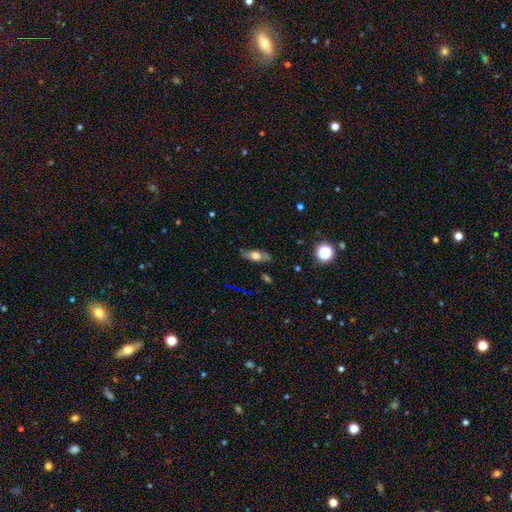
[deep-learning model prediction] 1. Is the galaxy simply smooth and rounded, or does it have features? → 52% smooth, 38% featured or disk, 9% star or artifact.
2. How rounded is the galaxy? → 75% in between, 19% cigar-shaped, 7% round.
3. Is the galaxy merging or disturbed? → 78% none, 16% minor disturbance, 4% major disturbance, 2% merger.